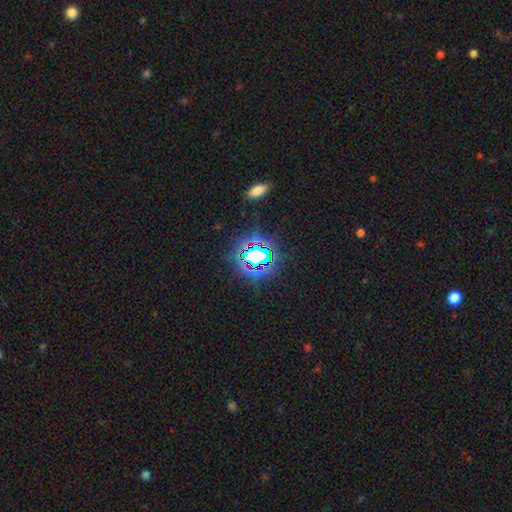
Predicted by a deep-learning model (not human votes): Smooth or featured? star or artifact (69%)